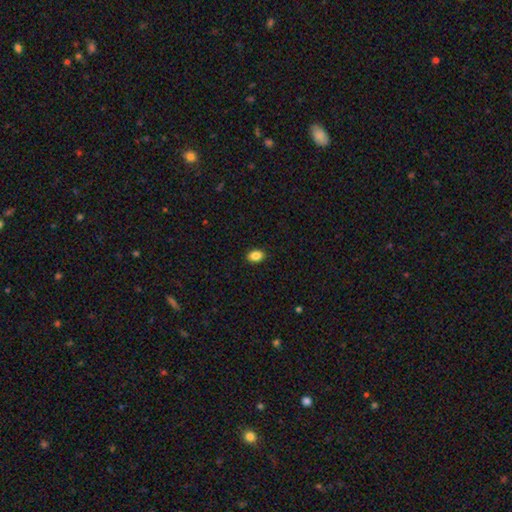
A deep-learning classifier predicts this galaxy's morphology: Overall: smooth (87%). How rounded: in between (74%). Merging: none (91%).